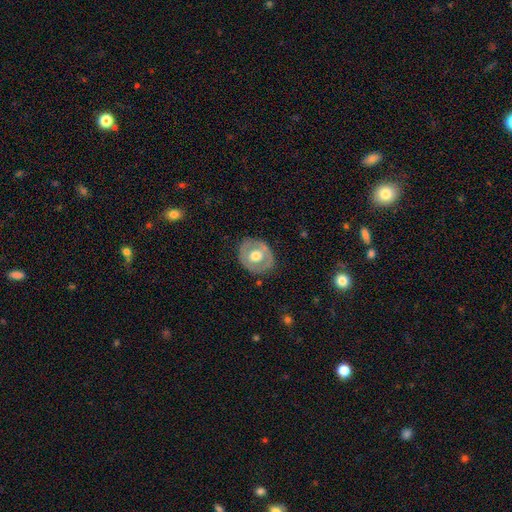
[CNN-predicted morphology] Q: Smooth or featured?
A: featured or disk (50%); runner-up: smooth (44%)
Q: Edge-on disk?
A: no (94%); runner-up: yes (6%)
Q: Merging?
A: none (81%); runner-up: minor disturbance (14%)